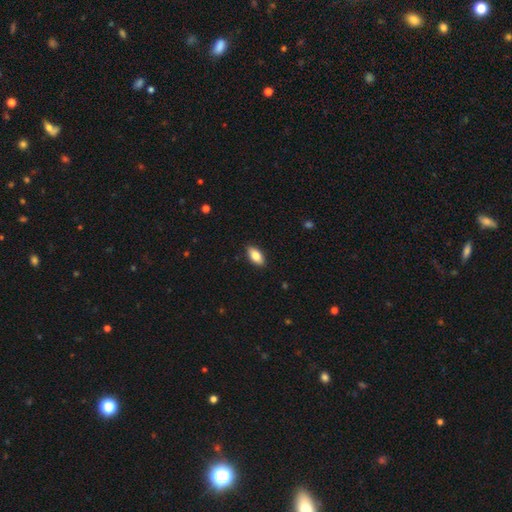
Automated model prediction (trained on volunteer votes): Smooth or featured?
  - smooth: 82% *
  - featured or disk: 11%
  - star or artifact: 7%
How rounded?
  - in between: 90% *
  - cigar-shaped: 7%
  - round: 3%
Merging?
  - none: 89% *
  - minor disturbance: 9%
  - major disturbance: 2%
  - merger: 1%